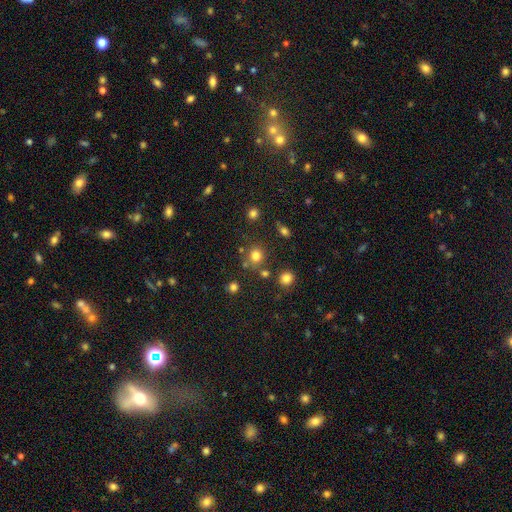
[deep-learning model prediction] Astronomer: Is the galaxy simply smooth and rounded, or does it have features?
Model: smooth — 77%.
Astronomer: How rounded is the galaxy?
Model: round — 85%.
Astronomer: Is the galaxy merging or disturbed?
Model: none — 75%.